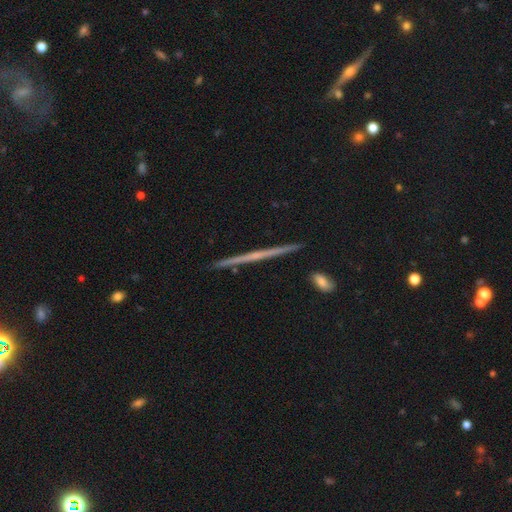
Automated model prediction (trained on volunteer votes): smooth_or_featured: featured or disk (p=0.70) [alt: smooth p=0.23]
disk_edge_on: yes (p=0.98) [alt: no p=0.02]
edge_on_bulge: none (p=0.73) [alt: rounded p=0.21]
merging: none (p=0.91) [alt: minor disturbance p=0.06]